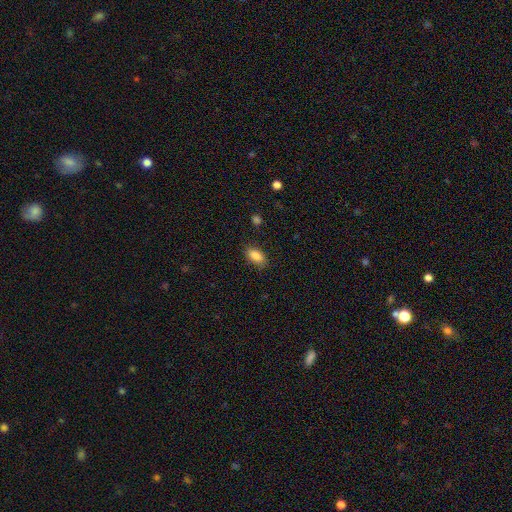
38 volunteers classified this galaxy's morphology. This is clearly a smooth galaxy (95%). How rounded: clearly in between (92%). Merging: likely none (76%).